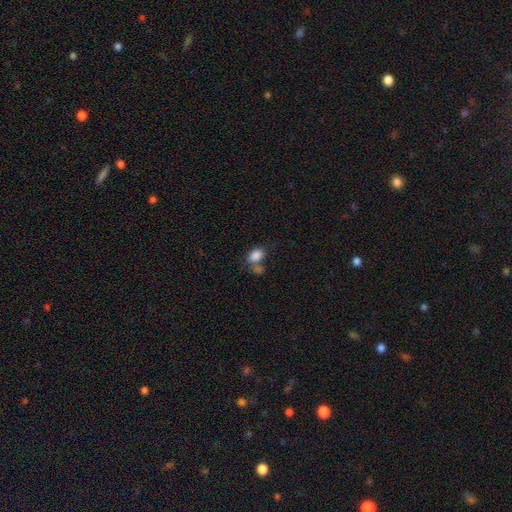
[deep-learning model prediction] Overall: smooth (85%). How rounded: in between (80%). Merging: none (46%; merger 33%).